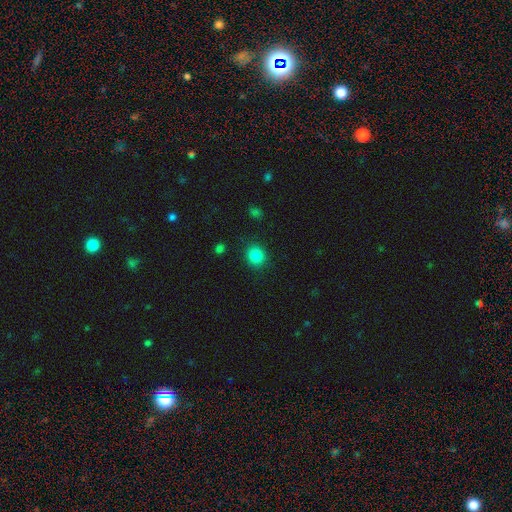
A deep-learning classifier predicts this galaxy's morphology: Overall: smooth (84%). How rounded: round (86%). Merging: none (90%).